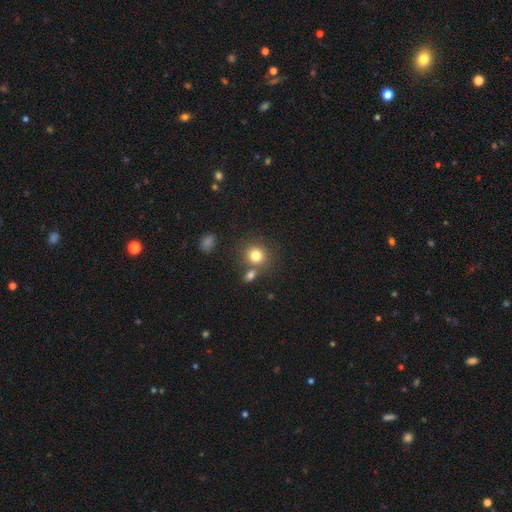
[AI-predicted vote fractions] smooth-or-featured: smooth: 79% | star or artifact: 12% | featured or disk: 8%
  how-rounded: round: 85% | in between: 14% | cigar-shaped: 1%
  merging: none: 66% | merger: 21% | minor disturbance: 9% | major disturbance: 4%